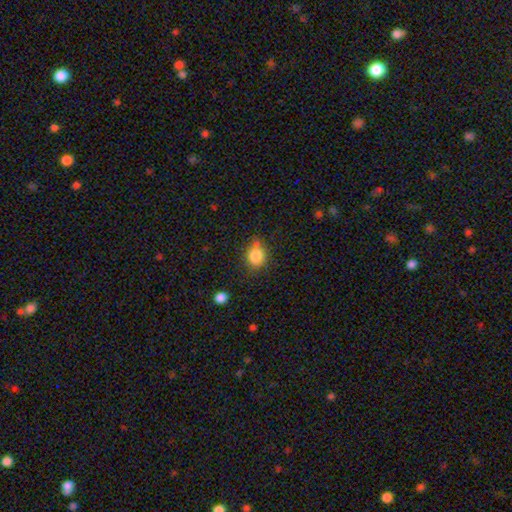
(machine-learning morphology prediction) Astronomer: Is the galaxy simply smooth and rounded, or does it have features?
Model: smooth — 83%.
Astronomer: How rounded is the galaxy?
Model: round — 62%.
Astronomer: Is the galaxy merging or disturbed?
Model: none — 63%.